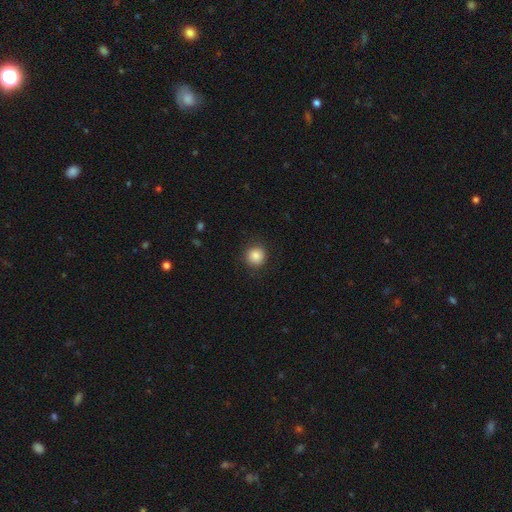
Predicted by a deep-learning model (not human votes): This appears to be a smooth galaxy with no disk features (86%) that is round (93%). Merging: none (89%).